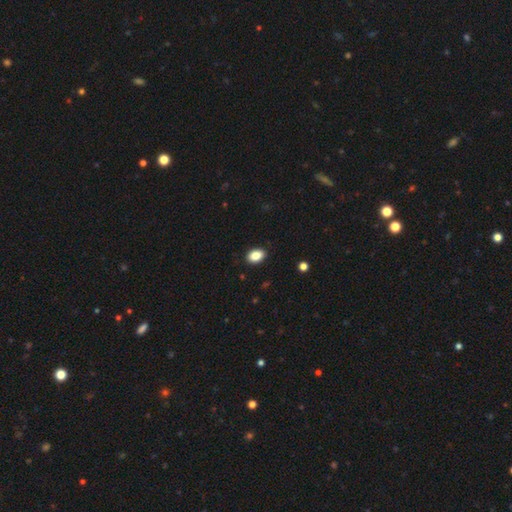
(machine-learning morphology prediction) Smooth or featured: smooth — 87% (star or artifact — 8%)
How rounded: in between — 83% (round — 16%)
Merging: none — 89% (minor disturbance — 8%)